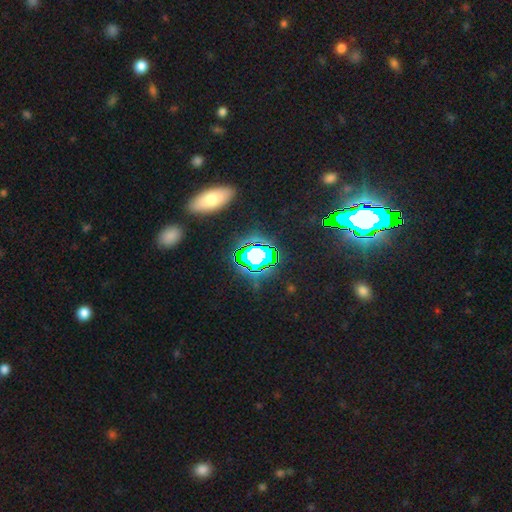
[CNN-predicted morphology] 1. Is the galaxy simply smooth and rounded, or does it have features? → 70% star or artifact, 20% smooth, 11% featured or disk.